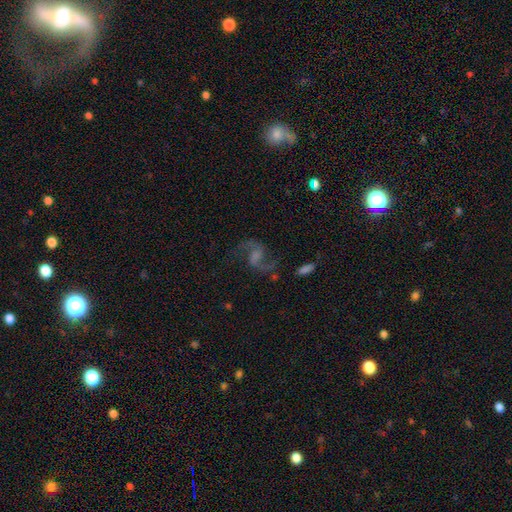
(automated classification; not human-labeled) smooth_or_featured: featured or disk (p=0.83) [alt: star or artifact p=0.10]
disk_edge_on: no (p=0.97) [alt: yes p=0.03]
bar: weak (p=0.49) [alt: no p=0.35]
has_spiral_arms: yes (p=0.96) [alt: no p=0.04]
spiral_winding: loose (p=0.58) [alt: medium p=0.36]
spiral_arm_count: 2 (p=0.93) [alt: can't tell p=0.02]
bulge_size: none (p=0.33) [tied with: small p=0.33]
merging: none (p=0.73) [alt: minor disturbance p=0.13]